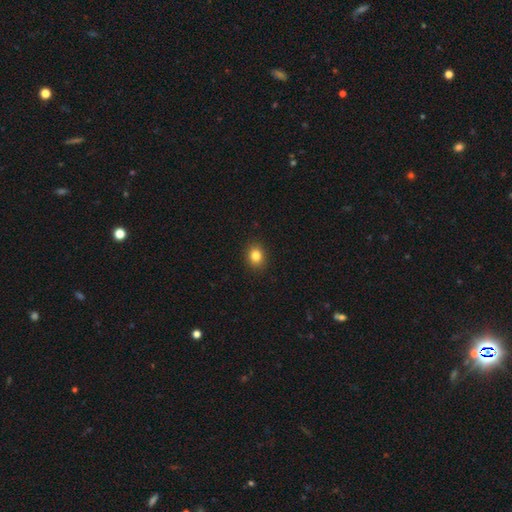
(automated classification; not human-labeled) This appears to be a smooth galaxy with no disk features (84%) that is round (59%). Merging: none (91%).